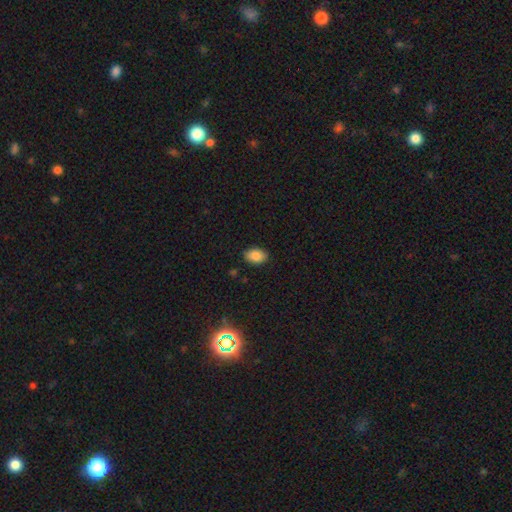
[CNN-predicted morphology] The model was most divided on "how rounded": in between: 87%, round: 12%, cigar-shaped: 1%. More confident: merging — none (87%); smooth or featured — smooth (85%).